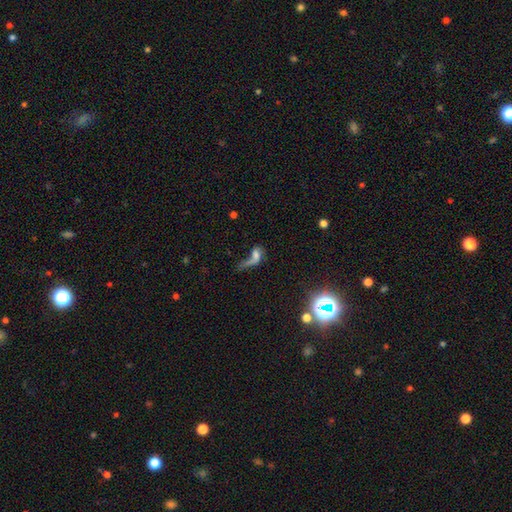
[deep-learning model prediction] This appears to be a smooth galaxy with no disk features (44%). Merging: major disturbance (42%).